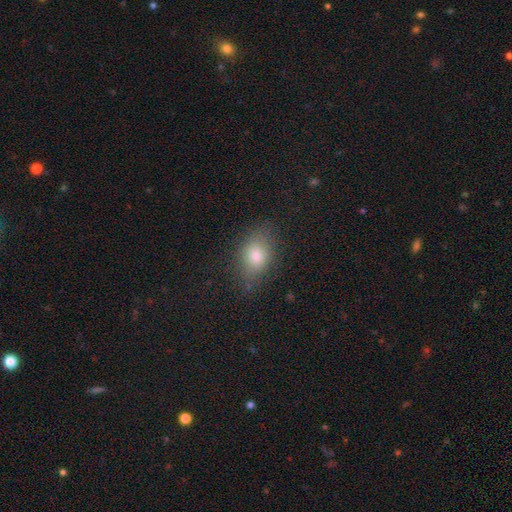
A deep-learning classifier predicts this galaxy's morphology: The model was most divided on "how rounded": in between: 76%, round: 21%, cigar-shaped: 3%. More confident: smooth or featured — smooth (77%); merging — none (76%).